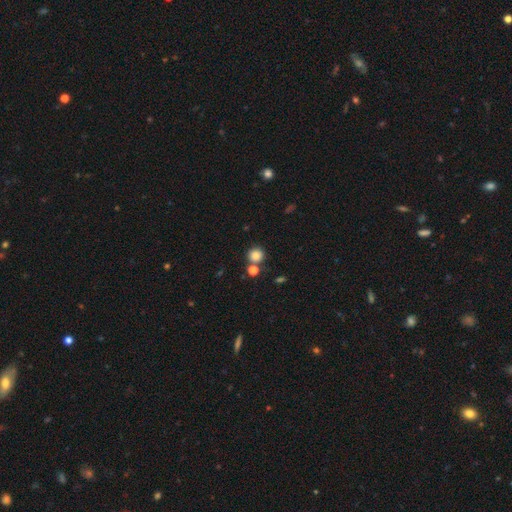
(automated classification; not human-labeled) A smooth galaxy with no disk features (83%) that is round (92%). Merging: none (74%).